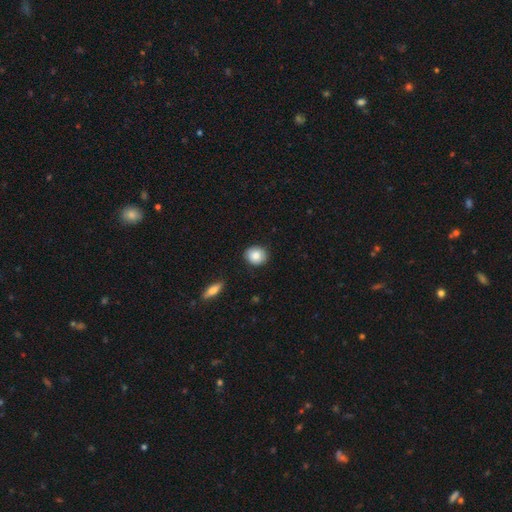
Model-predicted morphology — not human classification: Smooth or featured?
  - smooth: 84% *
  - featured or disk: 8%
  - star or artifact: 8%
How rounded?
  - round: 75% *
  - in between: 24%
  - cigar-shaped: 1%
Merging?
  - none: 88% *
  - minor disturbance: 9%
  - major disturbance: 2%
  - merger: 1%